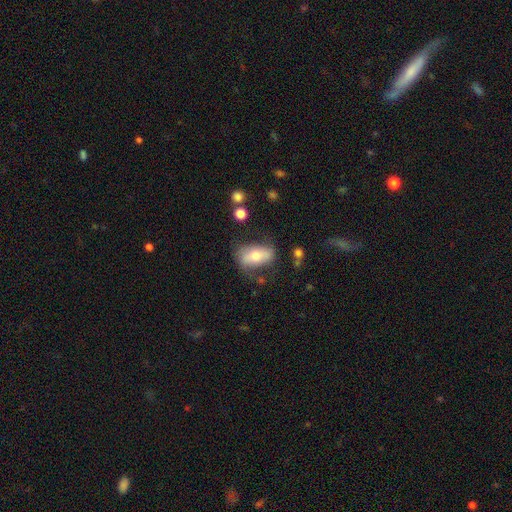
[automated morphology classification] Q: Smooth or featured?
A: smooth (61%); runner-up: featured or disk (31%)
Q: How rounded?
A: in between (87%); runner-up: round (7%)
Q: Merging?
A: none (62%); runner-up: minor disturbance (24%)